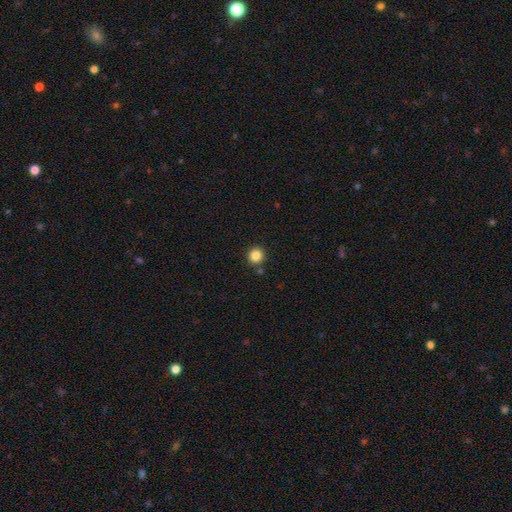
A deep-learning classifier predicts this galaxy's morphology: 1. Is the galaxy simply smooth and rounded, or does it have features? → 85% smooth, 11% star or artifact, 4% featured or disk.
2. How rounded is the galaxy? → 94% round, 5% in between, 1% cigar-shaped.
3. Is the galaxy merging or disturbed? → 87% none, 6% minor disturbance, 4% merger, 2% major disturbance.